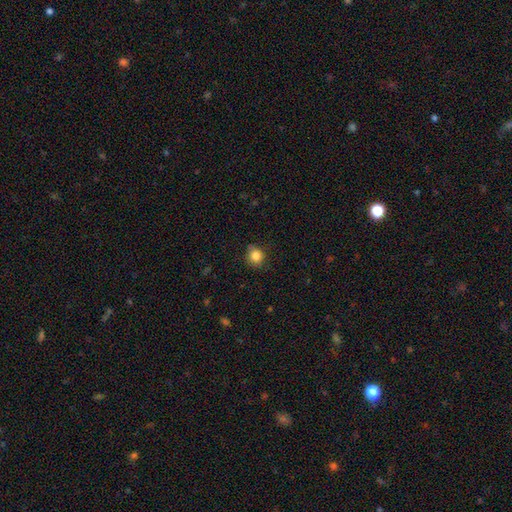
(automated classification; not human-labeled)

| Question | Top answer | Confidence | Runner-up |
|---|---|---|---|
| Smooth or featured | smooth | 84% | star or artifact (11%) |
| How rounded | round | 86% | in between (13%) |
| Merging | none | 80% | minor disturbance (15%) |